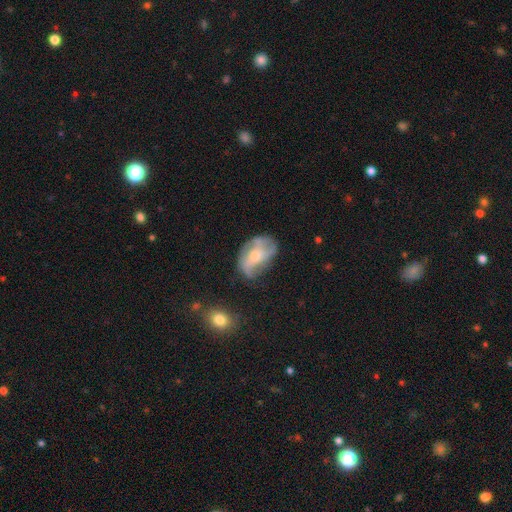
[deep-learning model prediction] featured or disk 56%, smooth 36%, star or artifact 8%. Down the decision tree: edge-on disk — no (96%); bar — no (69%); spiral arms — yes (54%); bulge size — moderate (47%); merging — none (42%).